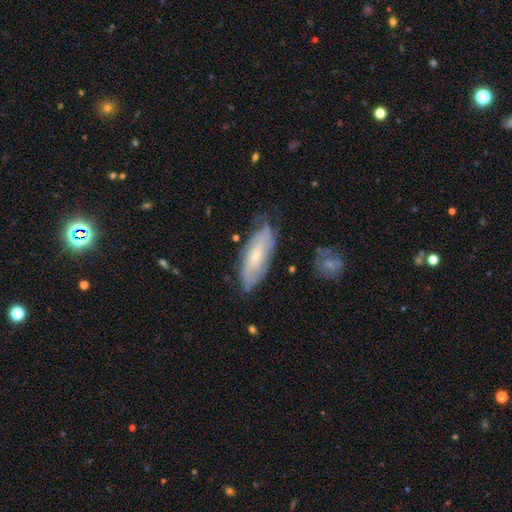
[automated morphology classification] Overall: featured or disk (62%; smooth 31%). Edge-on disk: no (85%). Bar: no (62%; weak 31%). Spiral arms: yes (83%). Bulge size: small (66%; moderate 29%). Merging: none (69%).